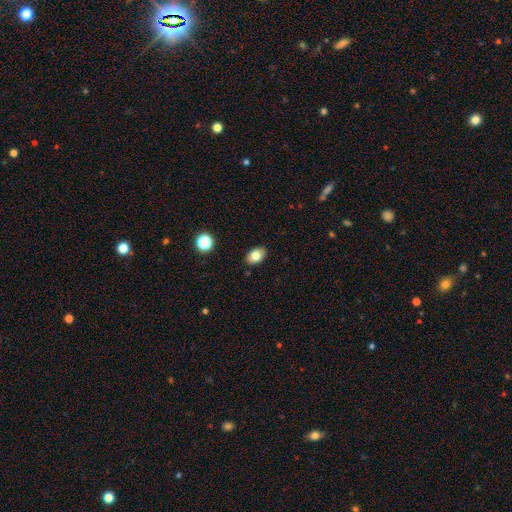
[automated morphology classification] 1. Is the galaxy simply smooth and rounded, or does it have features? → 80% smooth, 11% featured or disk, 9% star or artifact.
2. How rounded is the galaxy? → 86% in between, 13% round, 1% cigar-shaped.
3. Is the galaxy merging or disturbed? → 88% none, 9% minor disturbance, 2% major disturbance, 1% merger.